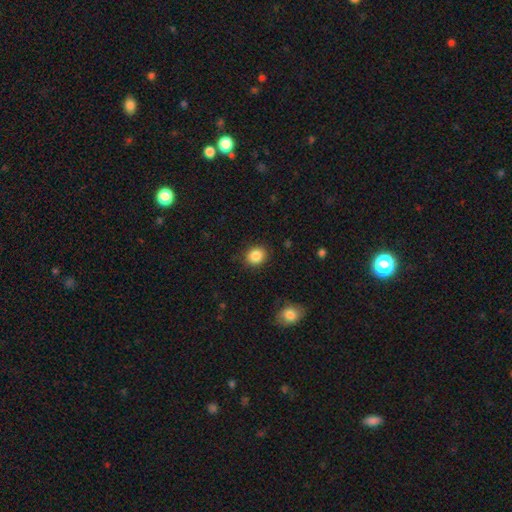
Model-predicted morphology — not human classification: A smooth galaxy with no disk features (87%) that is round (69%). Merging: none (88%).